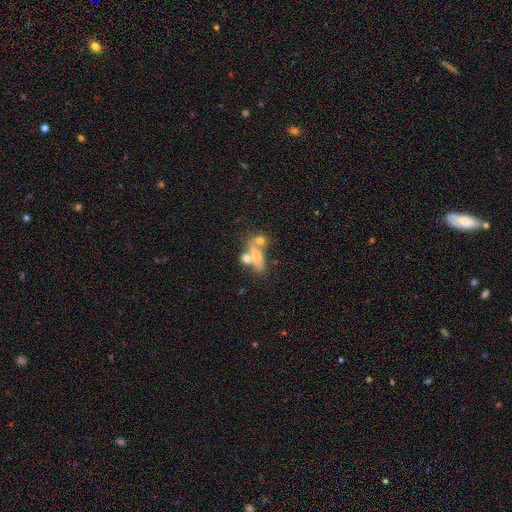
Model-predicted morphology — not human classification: Smooth or featured? smooth (53%)
How rounded? in between (62%)
Merging? merger (48%)